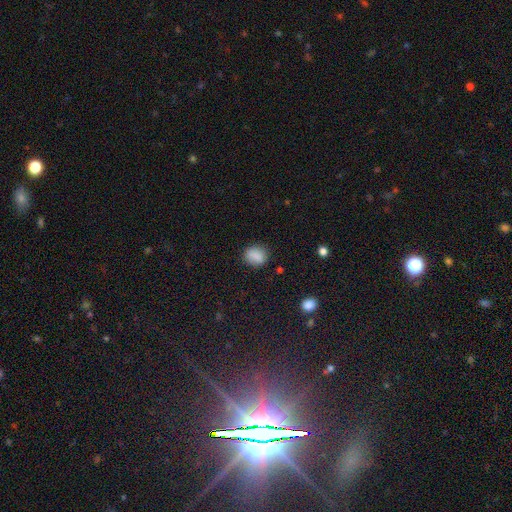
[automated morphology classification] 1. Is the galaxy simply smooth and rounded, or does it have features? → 86% smooth, 9% star or artifact, 5% featured or disk.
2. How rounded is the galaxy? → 55% round, 44% in between, 1% cigar-shaped.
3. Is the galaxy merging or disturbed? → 81% none, 13% minor disturbance, 4% major disturbance, 2% merger.